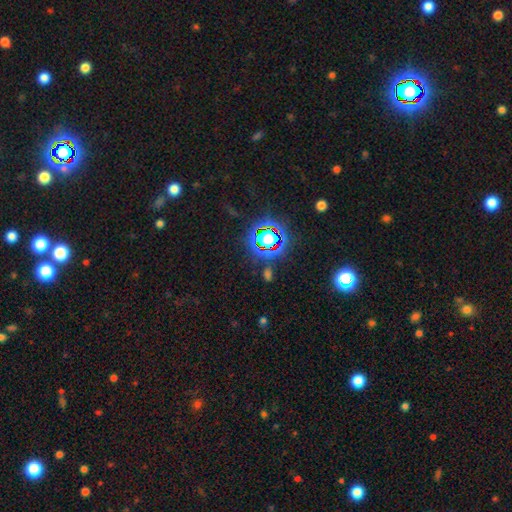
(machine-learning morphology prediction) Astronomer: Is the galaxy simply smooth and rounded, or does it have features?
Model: star or artifact — 79%.